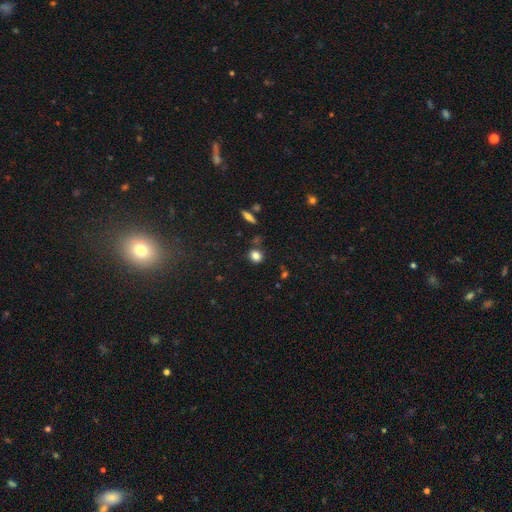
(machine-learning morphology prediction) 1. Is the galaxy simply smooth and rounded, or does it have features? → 82% smooth, 12% star or artifact, 7% featured or disk.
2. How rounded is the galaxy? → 79% round, 19% in between, 2% cigar-shaped.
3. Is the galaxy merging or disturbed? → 80% none, 11% minor disturbance, 6% merger, 3% major disturbance.